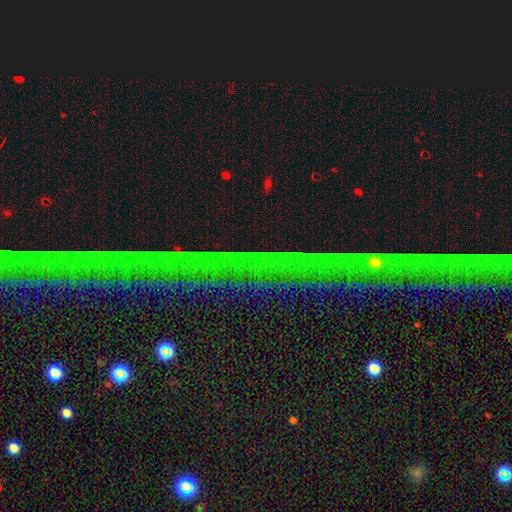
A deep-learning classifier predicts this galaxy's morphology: smooth-or-featured: star or artifact: 84% | featured or disk: 9% | smooth: 7%